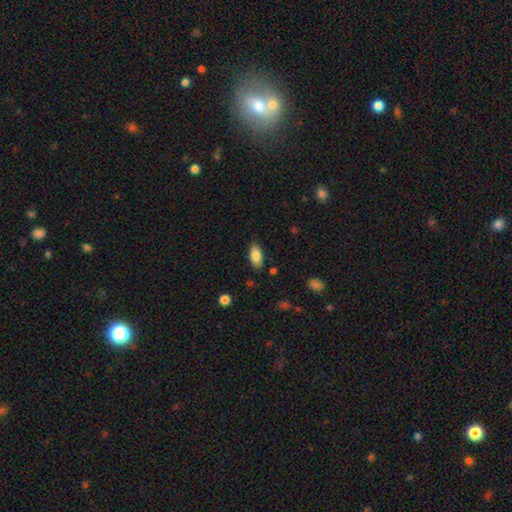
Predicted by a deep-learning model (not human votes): This appears to be a smooth galaxy with no disk features (82%) that is in between round and cigar-shaped (86%). Merging: none (84%).